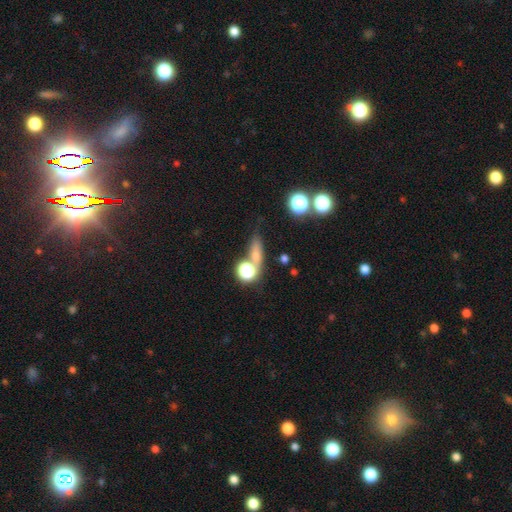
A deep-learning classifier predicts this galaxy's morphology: smooth_or_featured: smooth (p=0.63) [alt: star or artifact p=0.22]
how_rounded: cigar-shaped (p=0.37) [tied with: in between p=0.37]
merging: none (p=0.60) [alt: merger p=0.18]